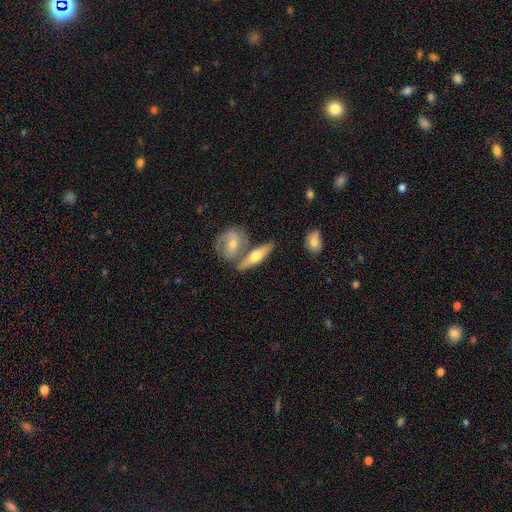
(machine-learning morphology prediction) Smooth or featured? featured or disk (55%)
Edge-on disk? yes (82%)
Merging? none (56%)